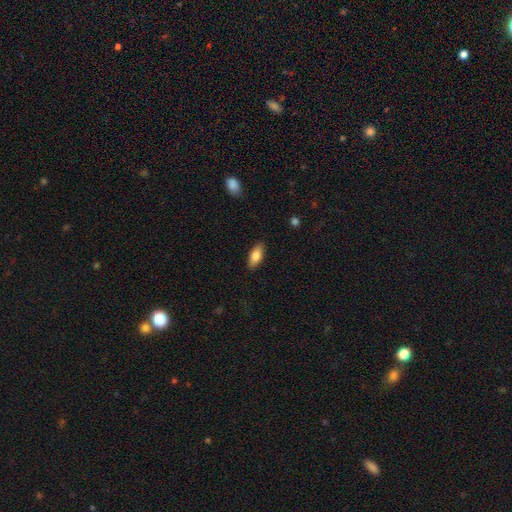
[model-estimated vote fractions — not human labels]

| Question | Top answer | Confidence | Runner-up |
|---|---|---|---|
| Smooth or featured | smooth | 79% | featured or disk (14%) |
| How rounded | in between | 80% | cigar-shaped (17%) |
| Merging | none | 88% | minor disturbance (9%) |